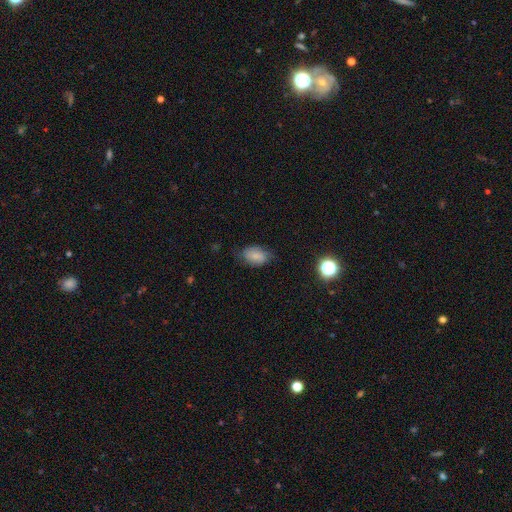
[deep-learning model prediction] smooth_or_featured: smooth (p=0.75) [alt: featured or disk p=0.16]
how_rounded: in between (p=0.87) [alt: round p=0.11]
merging: none (p=0.63) [alt: minor disturbance p=0.28]